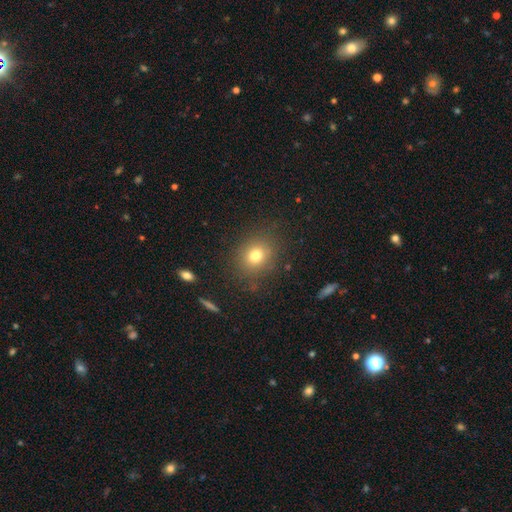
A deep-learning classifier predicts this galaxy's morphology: smooth_or_featured: smooth (p=0.76) [alt: star or artifact p=0.14]
how_rounded: round (p=0.69) [alt: in between p=0.30]
merging: none (p=0.83) [alt: minor disturbance p=0.11]